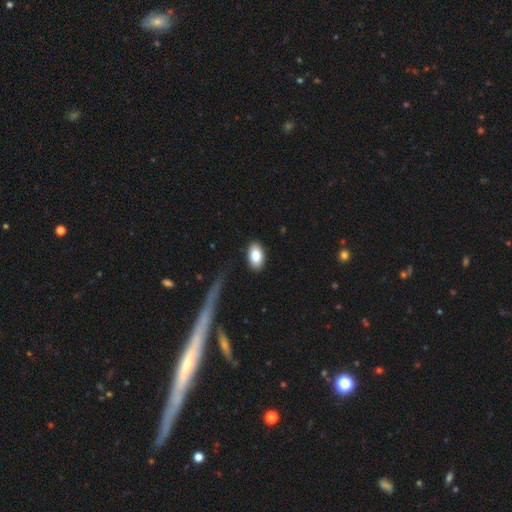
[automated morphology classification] This is clearly a smooth galaxy (83%). How rounded: clearly in between (91%). Merging: clearly none (87%).